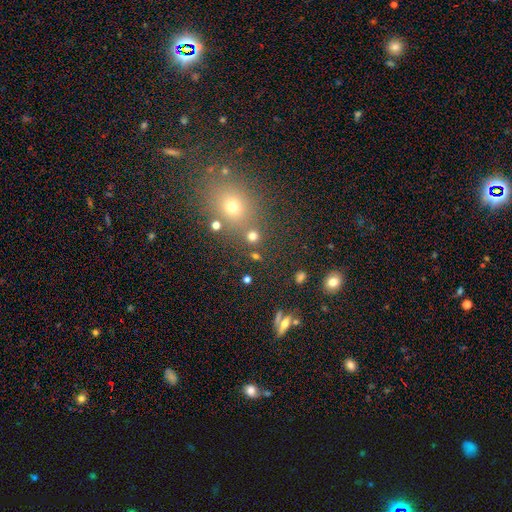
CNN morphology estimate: type=smooth (50%); merging=none (74%).